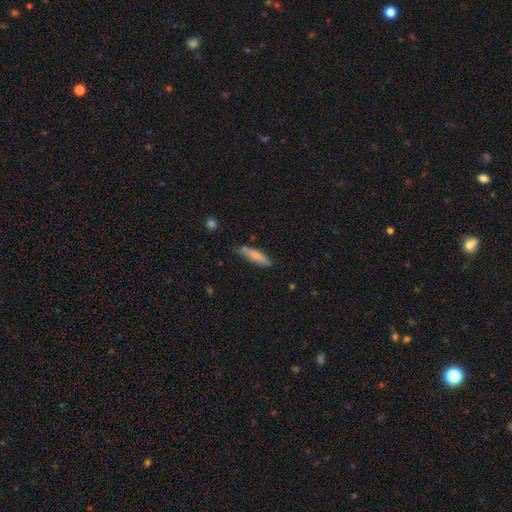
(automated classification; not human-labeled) This appears to be a smooth galaxy with no disk features (74%) that is cigar-shaped (75%). Merging: none (67%).